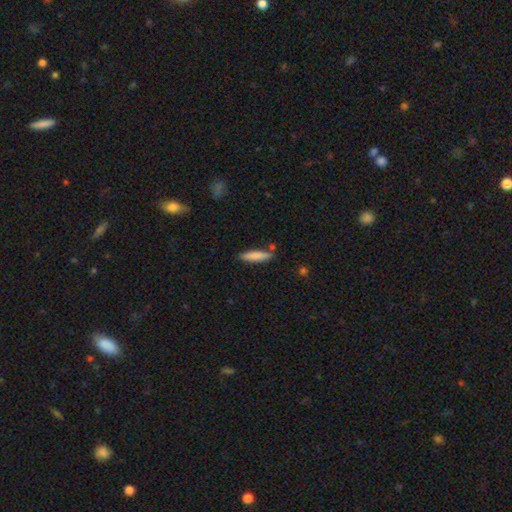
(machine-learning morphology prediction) This appears to be a smooth galaxy with no disk features (82%) that is cigar-shaped (83%). Merging: none (82%).